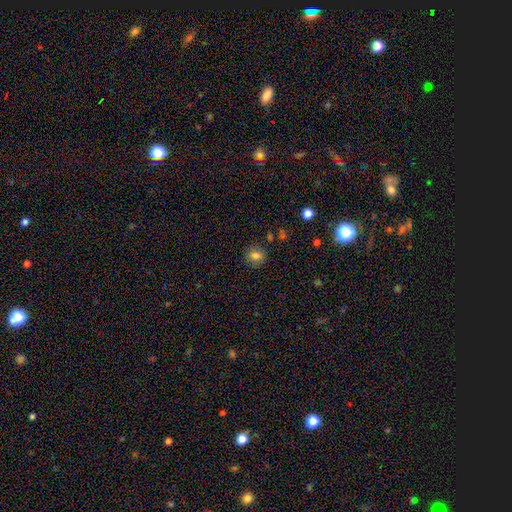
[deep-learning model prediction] smooth_or_featured: smooth (p=0.80) [alt: star or artifact p=0.13]
how_rounded: round (p=0.81) [alt: in between p=0.18]
merging: none (p=0.87) [alt: minor disturbance p=0.08]